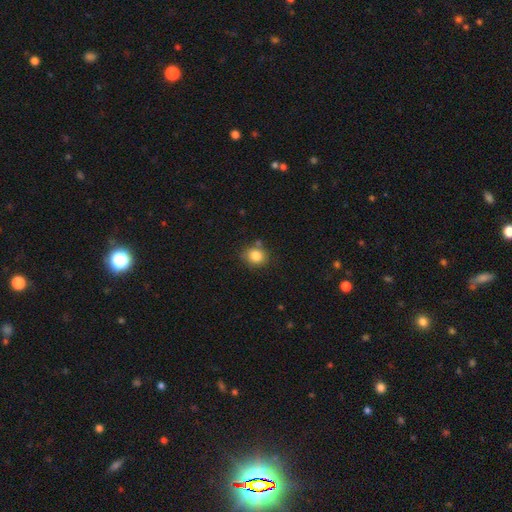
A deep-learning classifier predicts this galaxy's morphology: Smooth or featured?
  - smooth: 84% *
  - star or artifact: 10%
  - featured or disk: 6%
How rounded?
  - round: 70% *
  - in between: 29%
  - cigar-shaped: 1%
Merging?
  - none: 74% *
  - minor disturbance: 15%
  - merger: 7%
  - major disturbance: 4%